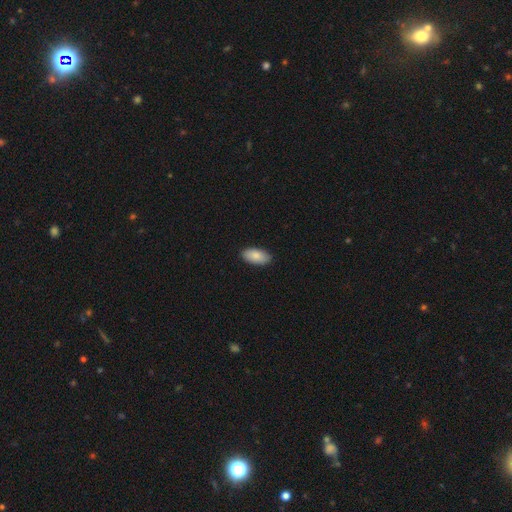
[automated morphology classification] Smooth or featured? smooth (86%)
How rounded? in between (94%)
Merging? none (89%)